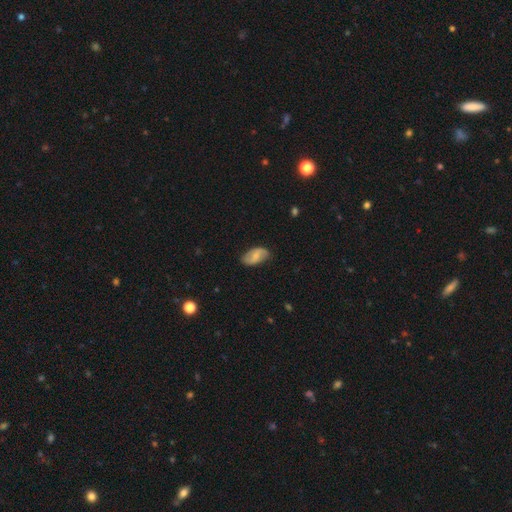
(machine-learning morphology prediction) Overall: smooth (49%; featured or disk 45%). Merging: none (76%).